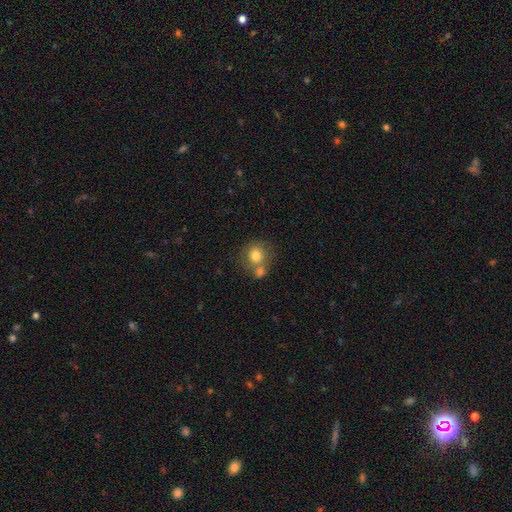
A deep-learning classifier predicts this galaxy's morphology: Smooth or featured: smooth — 77% (featured or disk — 13%)
How rounded: round — 83% (in between — 16%)
Merging: none — 49% (merger — 36%)